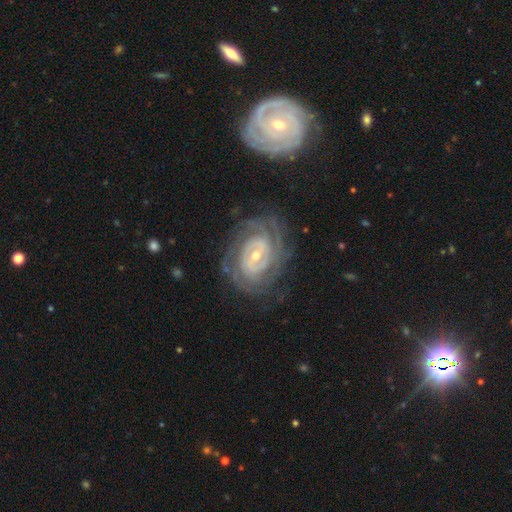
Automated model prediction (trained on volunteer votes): smooth_or_featured: featured or disk (p=0.89) [alt: smooth p=0.06]
disk_edge_on: no (p=0.97) [alt: yes p=0.03]
bar: no (p=0.45) [alt: weak p=0.38]
has_spiral_arms: yes (p=0.96) [alt: no p=0.04]
spiral_winding: tight (p=0.77) [alt: medium p=0.19]
spiral_arm_count: can't tell (p=0.33) [alt: 2 p=0.23]
bulge_size: small (p=0.55) [alt: moderate p=0.41]
merging: none (p=0.73) [alt: minor disturbance p=0.16]